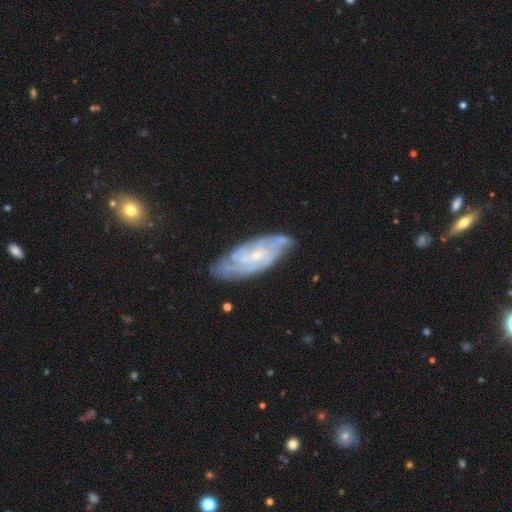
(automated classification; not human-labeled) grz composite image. It shows a featured or disk galaxy (81%) with no bar (55%), tight (60%) spiral arms (92%) and a small central bulge (68%). Merging: none (70%).